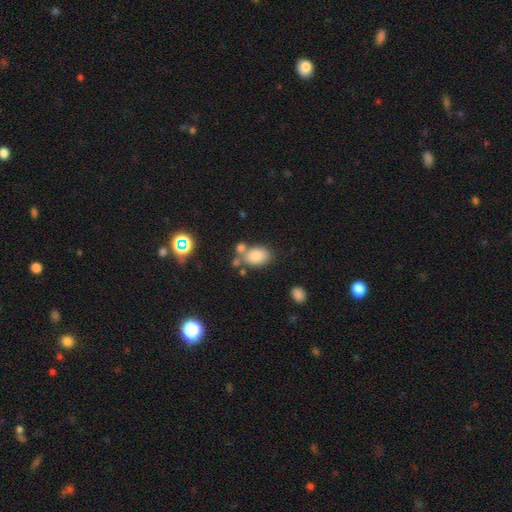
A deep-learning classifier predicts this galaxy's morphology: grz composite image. It shows a smooth galaxy with no disk features (82%) that is in between round and cigar-shaped (83%). Merging: none (55%).